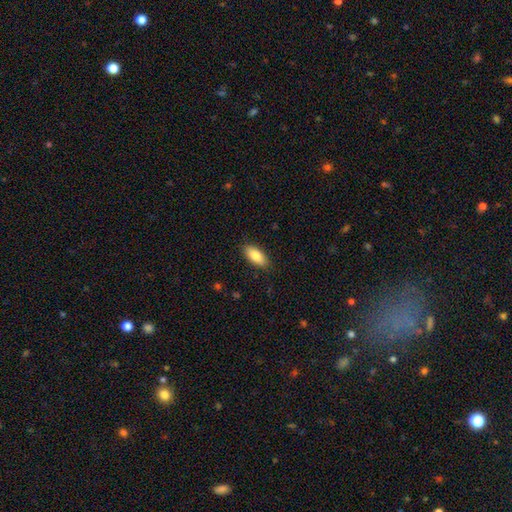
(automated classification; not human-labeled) A smooth galaxy with no disk features (83%) that is in between round and cigar-shaped (88%).

Vote fractions:
- Smooth or featured? smooth: 83% / featured or disk: 11% / star or artifact: 6%
- How rounded? in between: 88% / cigar-shaped: 10% / round: 2%
- Merging? none: 88% / minor disturbance: 9% / major disturbance: 2% / merger: 1%